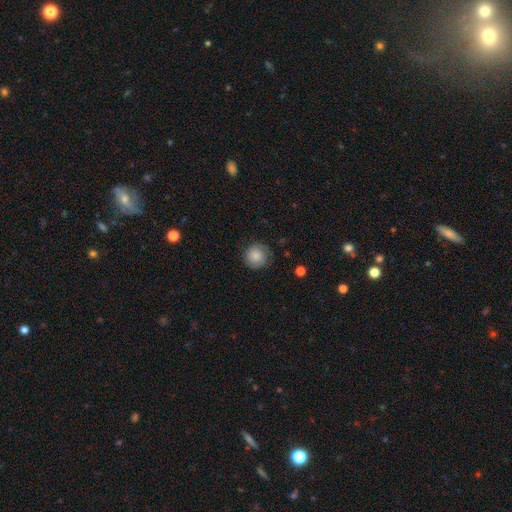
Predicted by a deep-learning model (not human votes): smooth-or-featured: smooth: 75% | featured or disk: 16% | star or artifact: 8%
  how-rounded: round: 93% | in between: 6% | cigar-shaped: 1%
  merging: none: 78% | minor disturbance: 16% | major disturbance: 5% | merger: 1%